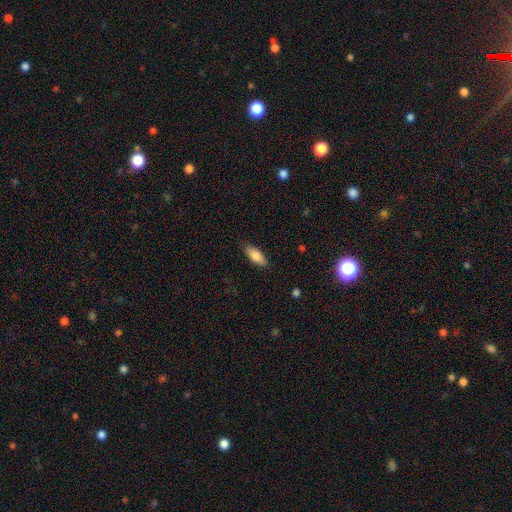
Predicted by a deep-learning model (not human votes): Smooth or featured? Predicted: smooth (p=0.81). How rounded? Predicted: in between (p=0.78). Merging? Predicted: none (p=0.85).